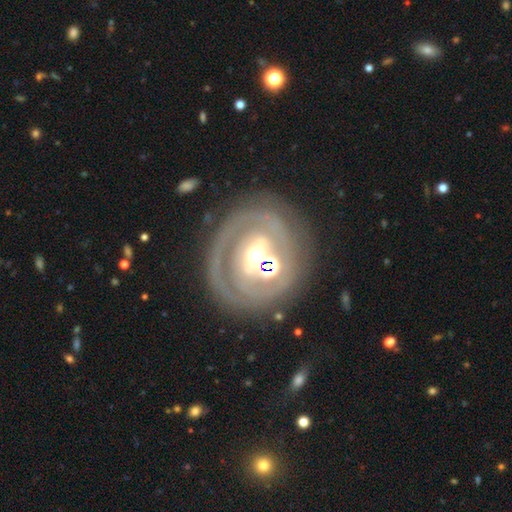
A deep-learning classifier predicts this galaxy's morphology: Overall: featured or disk (73%). Edge-on disk: no (94%). Bar: no (43%; strong 31%). Spiral arms: no (53%; yes 47%). Bulge size: moderate (63%). Merging: none (70%).